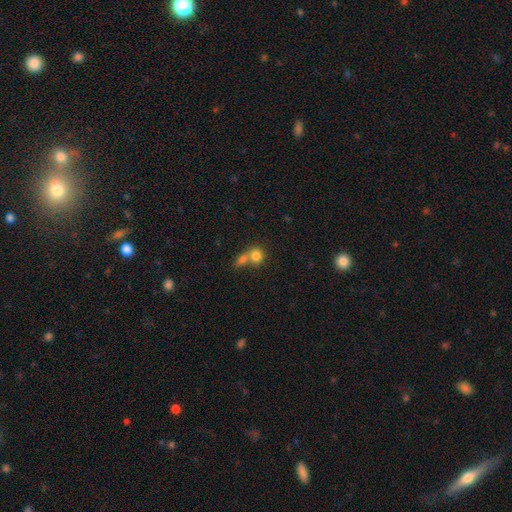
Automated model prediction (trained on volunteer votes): The model was most divided on "merging": merger: 60%, none: 30%, minor disturbance: 7%, major disturbance: 4%. More confident: smooth or featured — smooth (79%); how rounded — round (72%).